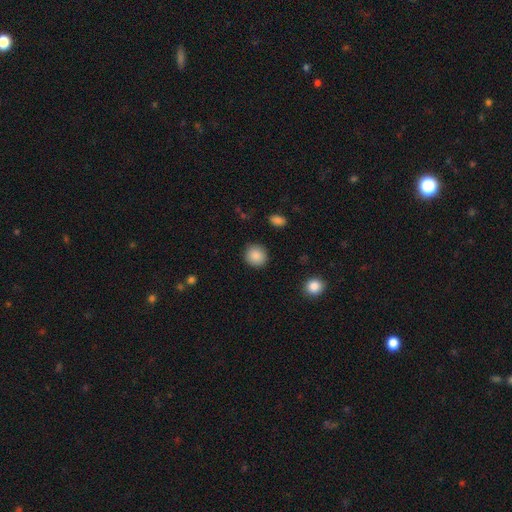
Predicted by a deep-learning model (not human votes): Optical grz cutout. It shows a smooth galaxy with no disk features (88%) that is round (87%). Merging: none (90%).